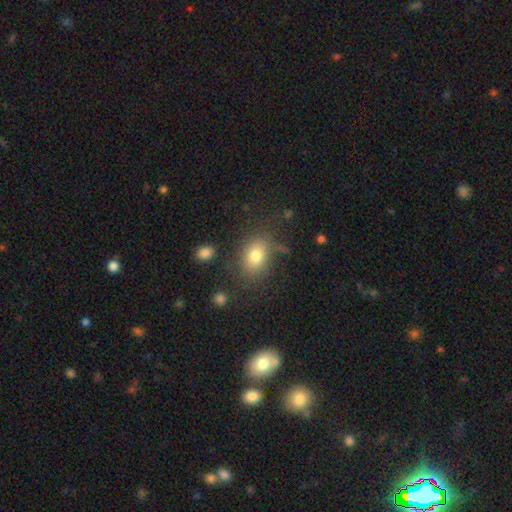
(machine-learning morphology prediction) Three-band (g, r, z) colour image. It shows a smooth galaxy with no disk features (78%) that is in between round and cigar-shaped (67%). Merging: none (71%).